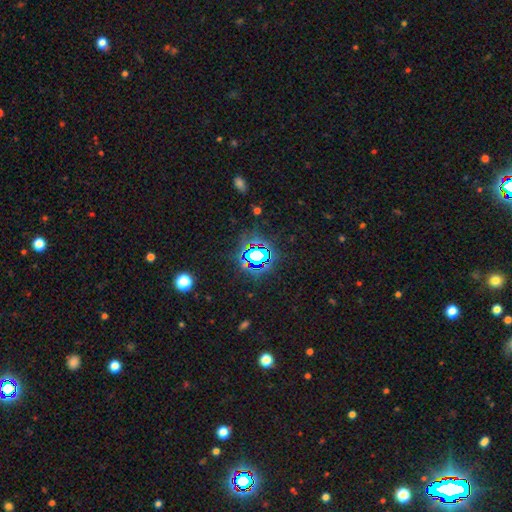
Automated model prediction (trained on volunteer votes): This appears to be a star or artifact, not a galaxy (72%).